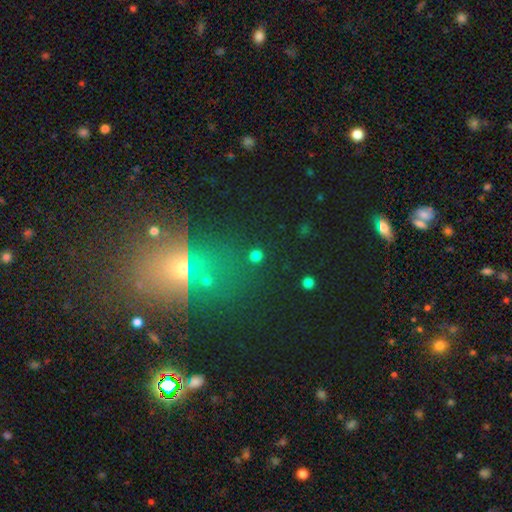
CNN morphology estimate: A smooth galaxy with no disk features (72%) that is round (91%).

Vote fractions:
- Smooth or featured? smooth: 72% / star or artifact: 23% / featured or disk: 5%
- How rounded? round: 91% / in between: 8% / cigar-shaped: 1%
- Merging? none: 88% / minor disturbance: 6% / major disturbance: 3% / merger: 3%